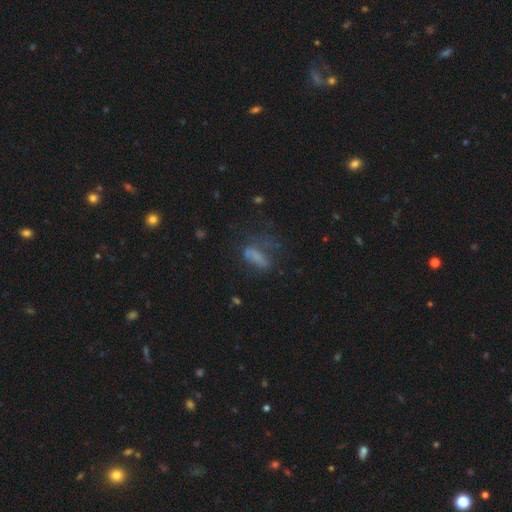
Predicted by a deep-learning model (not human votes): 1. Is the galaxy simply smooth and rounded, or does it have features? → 56% smooth, 26% featured or disk, 18% star or artifact.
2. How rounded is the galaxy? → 58% in between, 37% cigar-shaped, 6% round.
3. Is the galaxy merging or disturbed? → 36% major disturbance, 33% none, 23% minor disturbance, 7% merger.